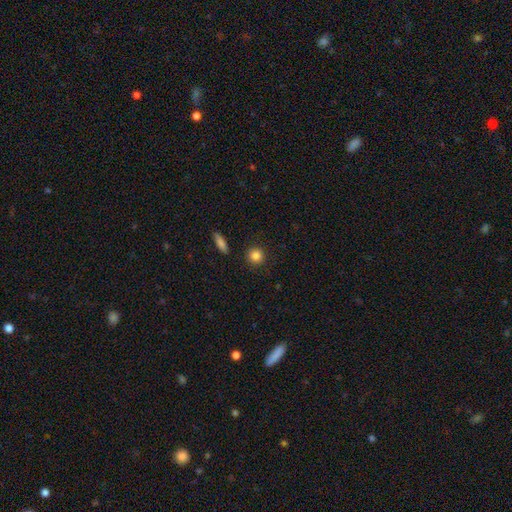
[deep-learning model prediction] The model was most divided on "smooth or featured": smooth: 85%, star or artifact: 10%, featured or disk: 5%. More confident: how rounded — round (92%); merging — none (91%).